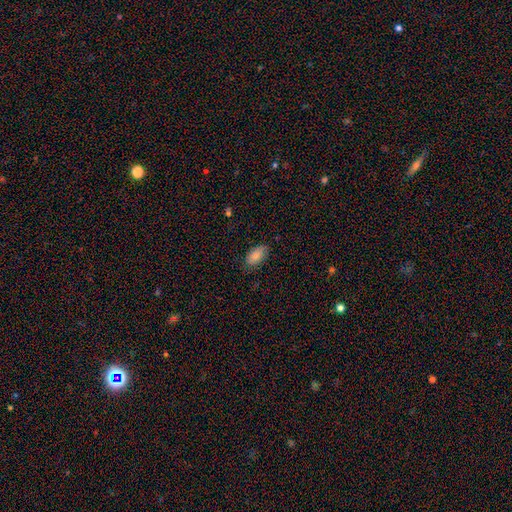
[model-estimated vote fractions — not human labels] Overall: smooth (86%). How rounded: in between (93%). Merging: none (79%).